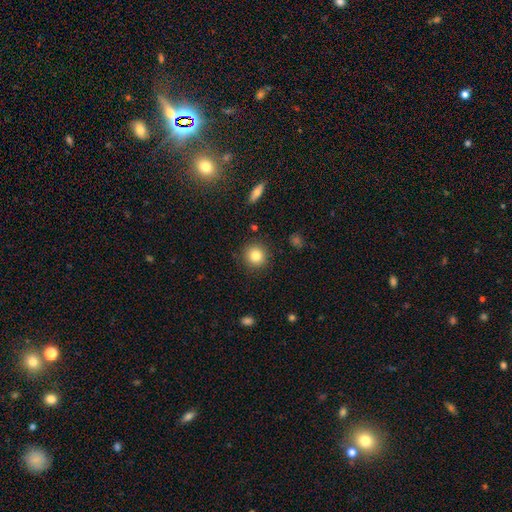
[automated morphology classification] This is clearly a smooth galaxy (83%). How rounded: clearly round (92%). Merging: clearly none (89%).